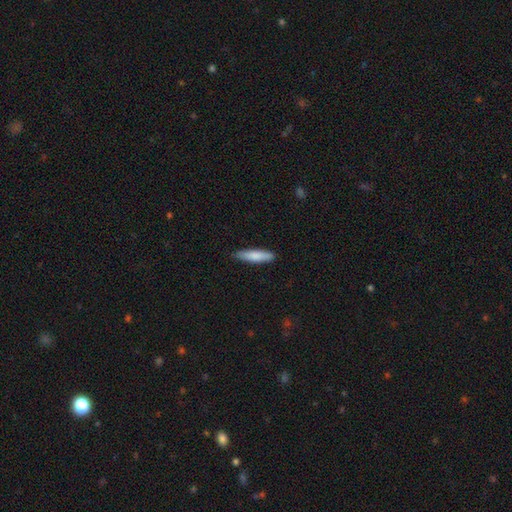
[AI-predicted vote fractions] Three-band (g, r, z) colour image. It shows a smooth galaxy with no disk features (81%) that is cigar-shaped (77%). Merging: none (86%).